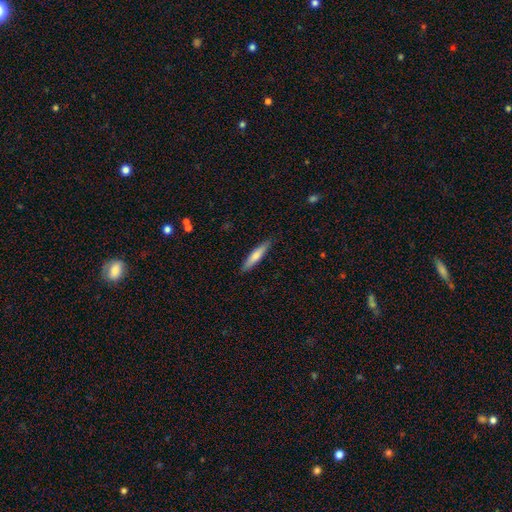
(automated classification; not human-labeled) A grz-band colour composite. It shows a smooth galaxy with no disk features (66%) that is cigar-shaped (88%). Merging: none (89%).